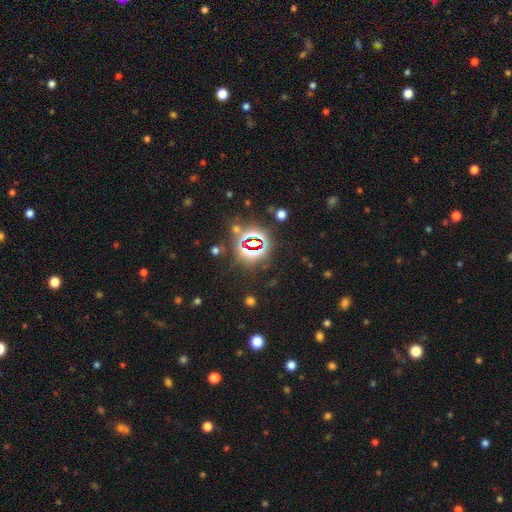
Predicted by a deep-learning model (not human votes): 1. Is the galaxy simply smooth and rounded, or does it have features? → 83% star or artifact, 10% smooth, 7% featured or disk.